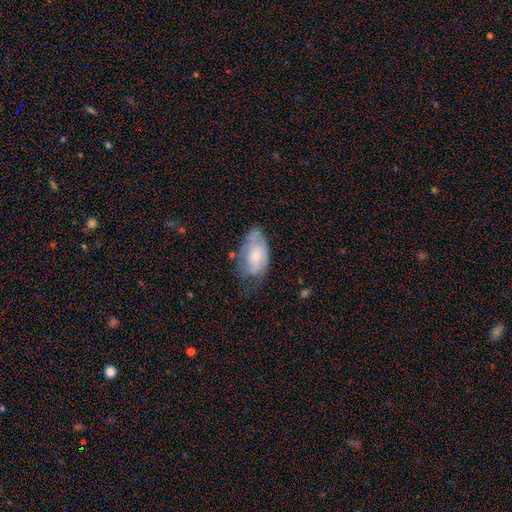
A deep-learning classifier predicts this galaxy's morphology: Smooth or featured?
  - featured or disk: 55% *
  - smooth: 38%
  - star or artifact: 7%
Edge-on disk?
  - no: 94% *
  - yes: 6%
Bar?
  - no: 73% *
  - weak: 23%
  - strong: 4%
Spiral arms?
  - yes: 74% *
  - no: 26%
Bulge size?
  - small: 46% *
  - moderate: 41%
  - none: 6%
  - large: 5%
  - dominant: 1%
Merging?
  - none: 47% *
  - minor disturbance: 33%
  - major disturbance: 17%
  - merger: 3%